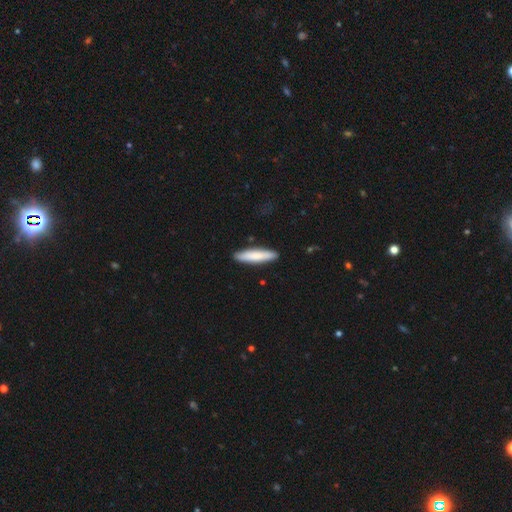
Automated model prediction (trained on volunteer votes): Smooth or featured?
  - smooth: 80% *
  - featured or disk: 16%
  - star or artifact: 5%
How rounded?
  - cigar-shaped: 82% *
  - in between: 16%
  - round: 1%
Merging?
  - none: 89% *
  - minor disturbance: 8%
  - major disturbance: 2%
  - merger: 1%